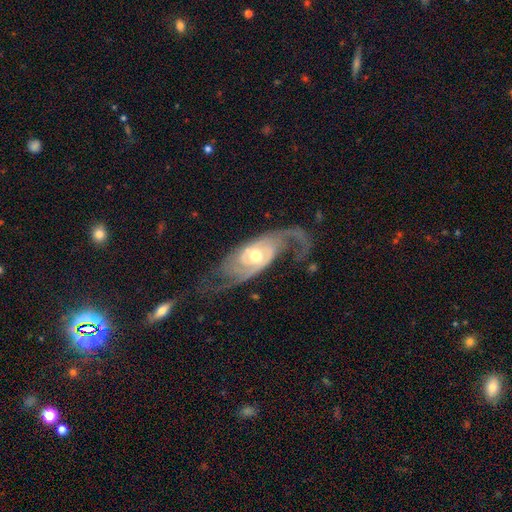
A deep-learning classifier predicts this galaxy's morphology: The model was most divided on "spiral winding": medium: 38%, loose: 35%, tight: 27%. More confident: spiral arms — yes (96%); edge-on disk — no (94%); smooth or featured — featured or disk (90%); spiral arm count — 2 (78%); bulge size — moderate (73%); merging — none (60%); bar — no (59%).